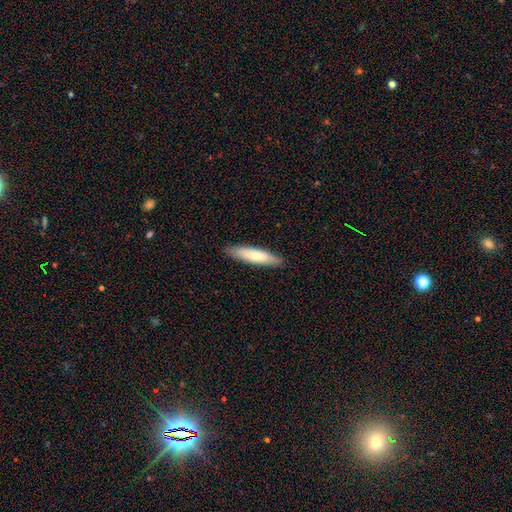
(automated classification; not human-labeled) A smooth galaxy with no disk features (72%) that is cigar-shaped (79%).

Vote fractions:
- Smooth or featured? smooth: 72% / featured or disk: 23% / star or artifact: 5%
- How rounded? cigar-shaped: 79% / in between: 19% / round: 1%
- Merging? none: 90% / minor disturbance: 8% / major disturbance: 2% / merger: 1%